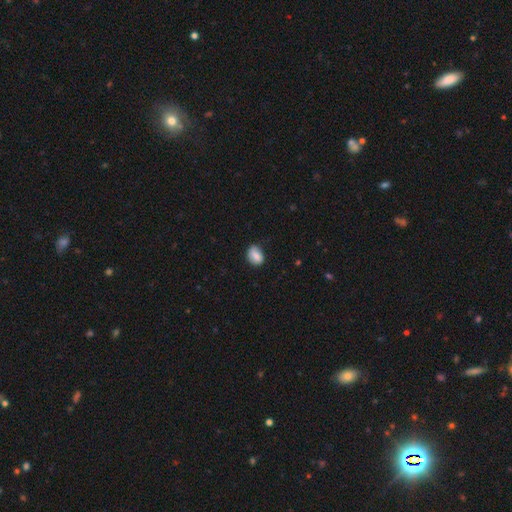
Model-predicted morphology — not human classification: Overall: smooth (79%). How rounded: in between (67%; round 31%). Merging: none (68%).